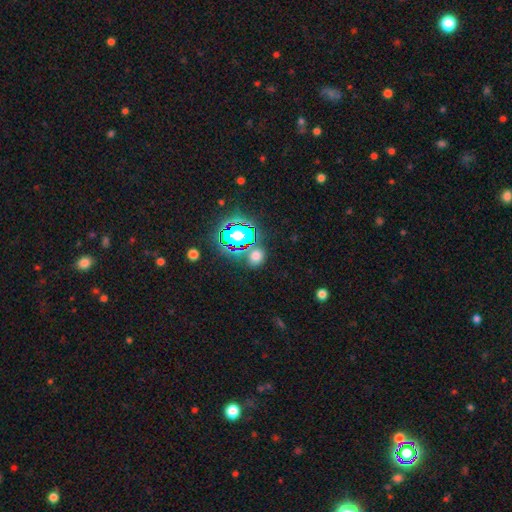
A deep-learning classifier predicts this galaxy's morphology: This is possibly a smooth galaxy (58%). How rounded: likely round (61%). Merging: likely none (75%).